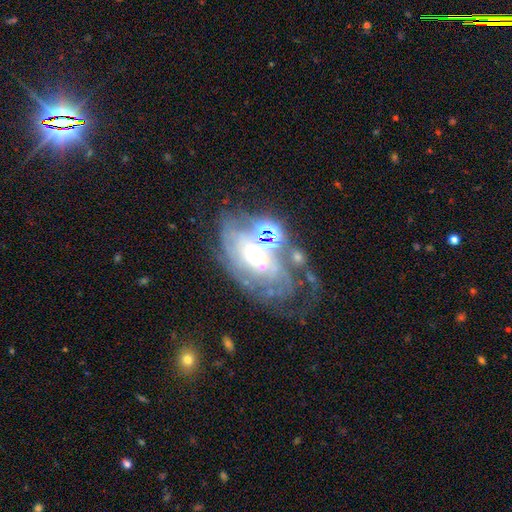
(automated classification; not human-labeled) smooth_or_featured: featured or disk (p=0.71) [alt: star or artifact p=0.15]
disk_edge_on: no (p=0.94) [alt: yes p=0.06]
bar: no (p=0.72) [alt: weak p=0.19]
has_spiral_arms: yes (p=0.75) [alt: no p=0.25]
bulge_size: moderate (p=0.51) [alt: small p=0.37]
merging: none (p=0.39) [alt: major disturbance p=0.28]